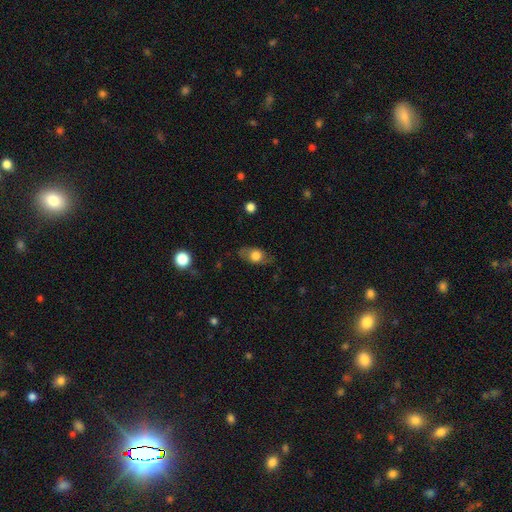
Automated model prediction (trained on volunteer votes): smooth_or_featured: smooth (p=0.65) [alt: featured or disk p=0.27]
how_rounded: in between (p=0.77) [alt: round p=0.17]
merging: none (p=0.73) [alt: minor disturbance p=0.19]